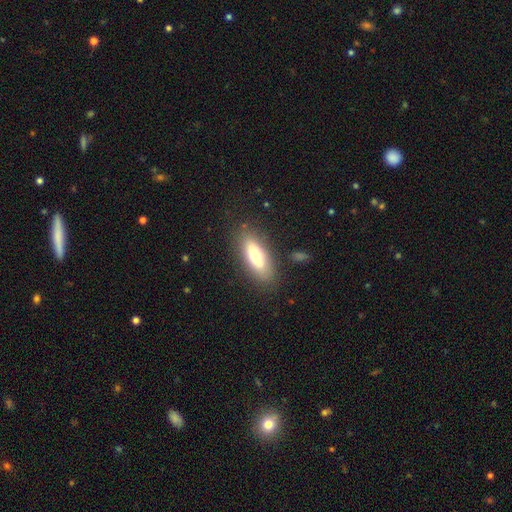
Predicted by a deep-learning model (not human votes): Overall: smooth (67%). How rounded: in between (70%). Merging: none (83%).